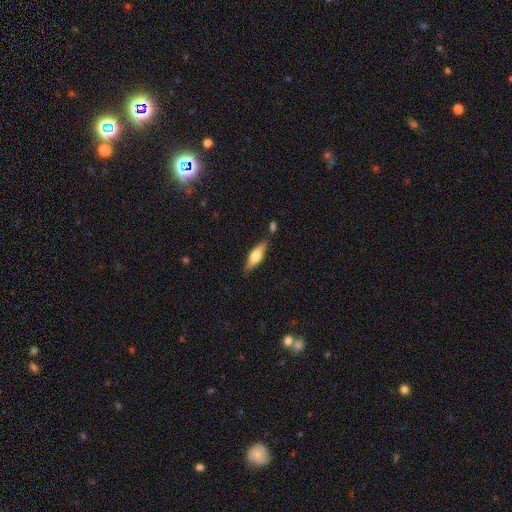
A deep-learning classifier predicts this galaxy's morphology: The model was most divided on "how rounded": cigar-shaped: 50%, in between: 48%, round: 2%. More confident: merging — none (76%); smooth or featured — smooth (58%).